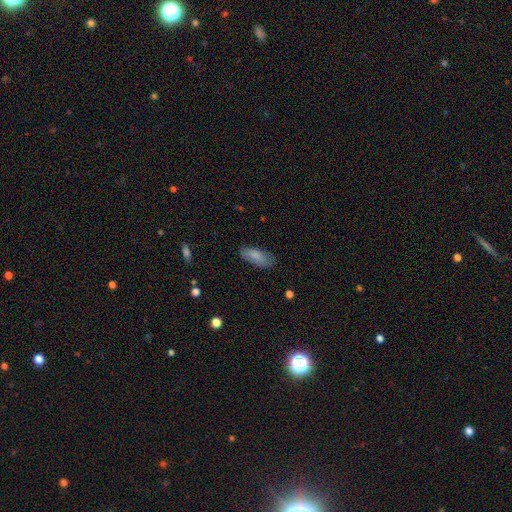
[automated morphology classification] smooth_or_featured: smooth (p=0.82) [alt: featured or disk p=0.12]
how_rounded: in between (p=0.84) [alt: cigar-shaped p=0.15]
merging: none (p=0.76) [alt: minor disturbance p=0.19]